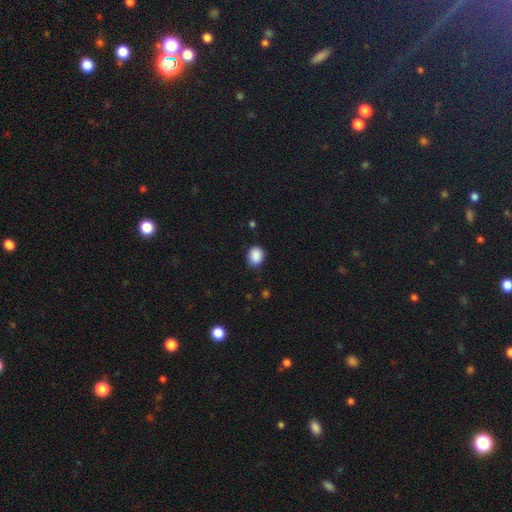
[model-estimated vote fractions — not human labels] Smooth or featured: smooth — 89% (star or artifact — 8%)
How rounded: round — 51% (in between — 48%)
Merging: none — 80% (minor disturbance — 16%)